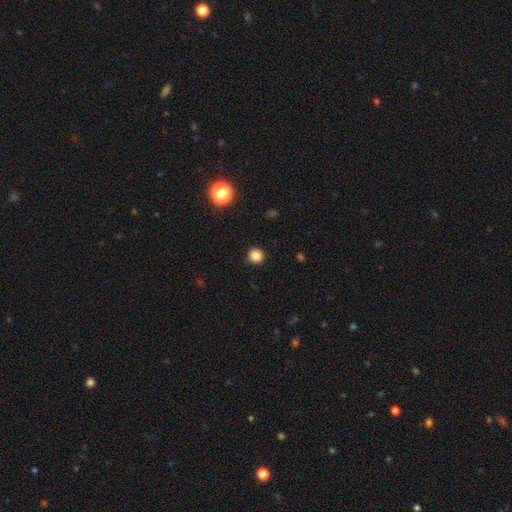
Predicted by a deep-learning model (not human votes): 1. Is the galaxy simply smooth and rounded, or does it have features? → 85% smooth, 12% star or artifact, 3% featured or disk.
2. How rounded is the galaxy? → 91% round, 8% in between, 1% cigar-shaped.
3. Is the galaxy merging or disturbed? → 90% none, 7% minor disturbance, 2% major disturbance, 1% merger.